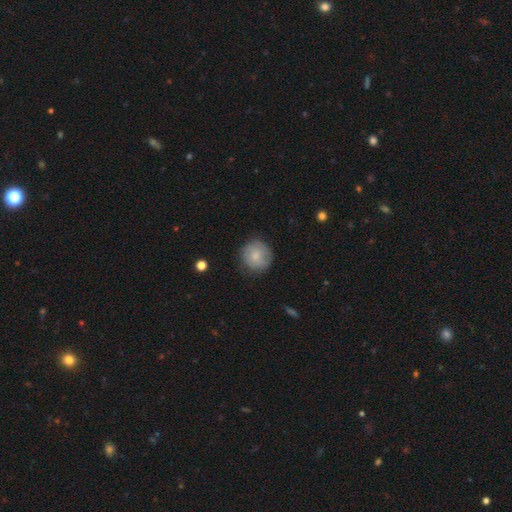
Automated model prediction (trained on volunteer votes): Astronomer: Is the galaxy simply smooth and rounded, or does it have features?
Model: smooth — 76%.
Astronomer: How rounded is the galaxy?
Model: round — 92%.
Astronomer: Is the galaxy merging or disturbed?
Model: none — 79%.